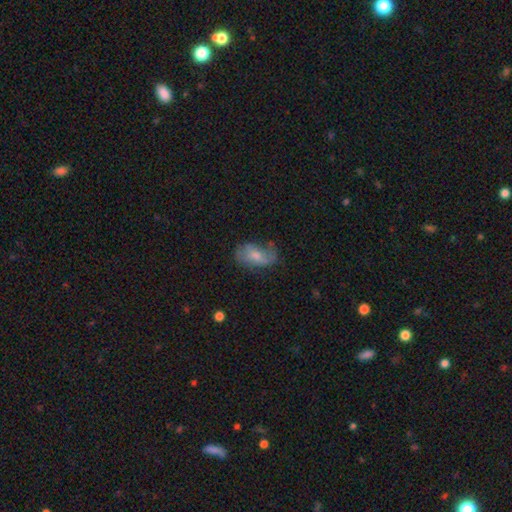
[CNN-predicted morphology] This is possibly a smooth galaxy (59%). How rounded: clearly in between (90%). Merging: possibly none (54%).